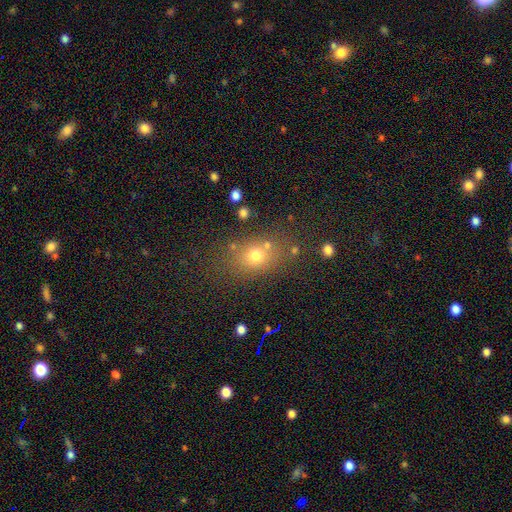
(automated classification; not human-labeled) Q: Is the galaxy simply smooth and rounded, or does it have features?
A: smooth — 69%.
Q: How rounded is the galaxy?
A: in between — 52%.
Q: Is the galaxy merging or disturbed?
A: none — 72%.